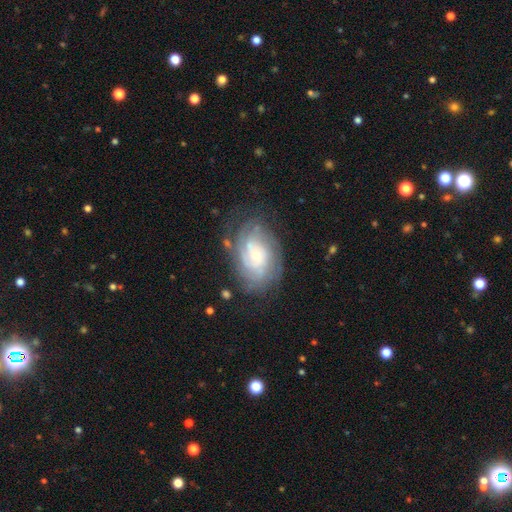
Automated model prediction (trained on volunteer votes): A featured or disk galaxy (81%) with no bar (65%), tight (67%) spiral arms (94%) and a small central bulge (62%). Merging: none (70%).